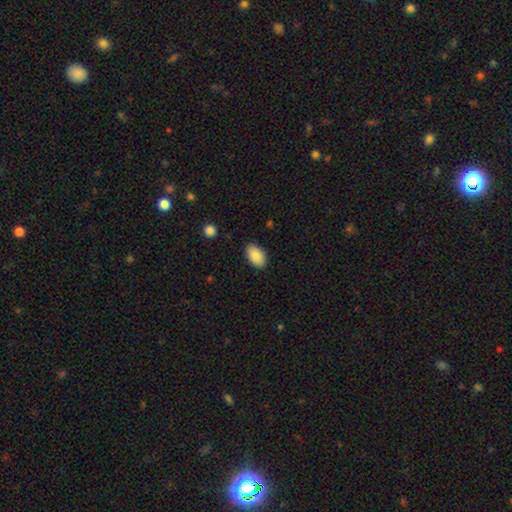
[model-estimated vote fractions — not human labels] Q: Smooth or featured?
A: smooth (87%); runner-up: star or artifact (7%)
Q: How rounded?
A: in between (94%); runner-up: round (5%)
Q: Merging?
A: none (88%); runner-up: minor disturbance (9%)